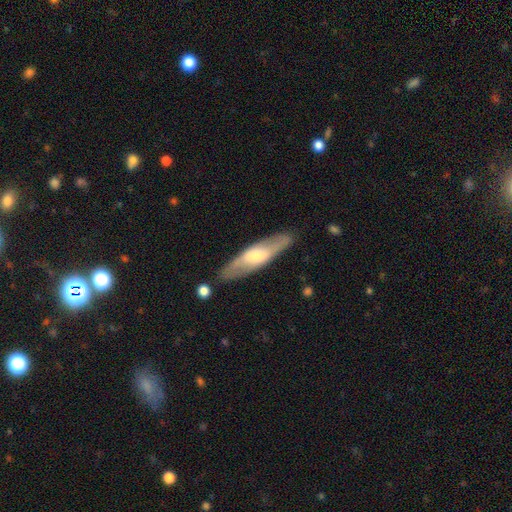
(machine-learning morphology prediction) Smooth or featured? Predicted: featured or disk (p=0.54). Edge-on disk? Predicted: yes (p=0.53). Merging? Predicted: none (p=0.84).